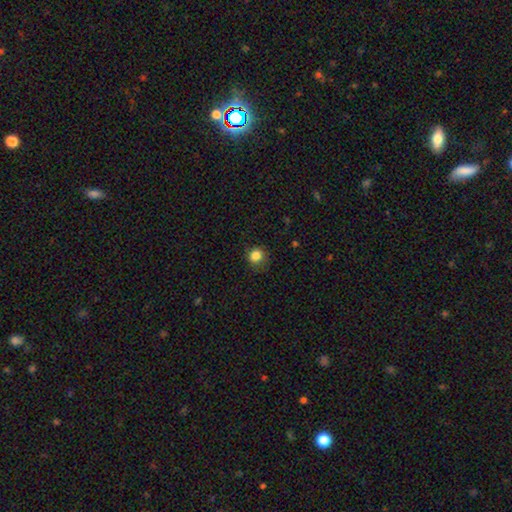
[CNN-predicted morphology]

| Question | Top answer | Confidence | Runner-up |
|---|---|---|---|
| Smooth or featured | smooth | 84% | star or artifact (11%) |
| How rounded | round | 85% | in between (14%) |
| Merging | none | 80% | minor disturbance (15%) |